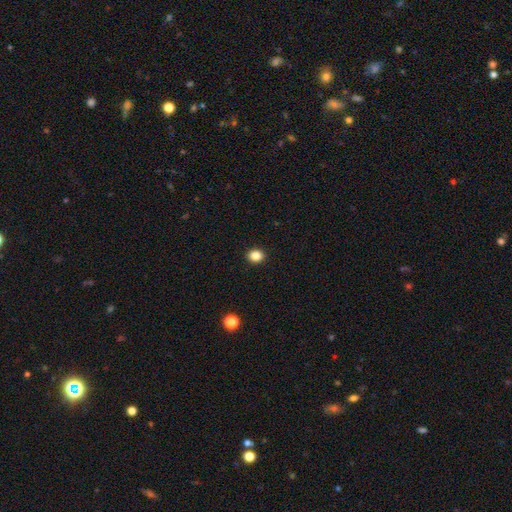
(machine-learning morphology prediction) type=smooth (85%); roundness=round (59%); merging=none (92%).